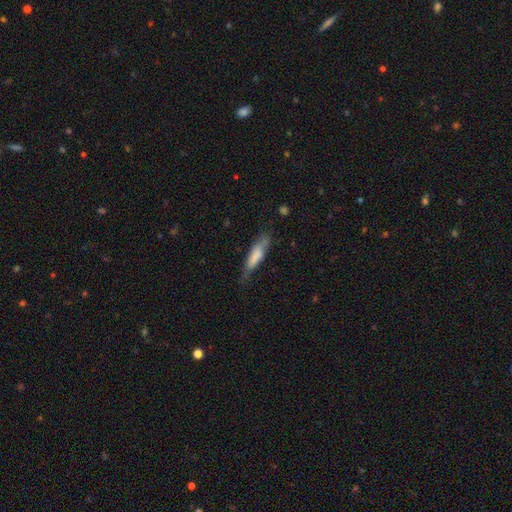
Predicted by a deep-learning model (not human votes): Q: Smooth or featured?
A: smooth (71%); runner-up: featured or disk (23%)
Q: How rounded?
A: cigar-shaped (70%); runner-up: in between (28%)
Q: Merging?
A: none (57%); runner-up: minor disturbance (30%)